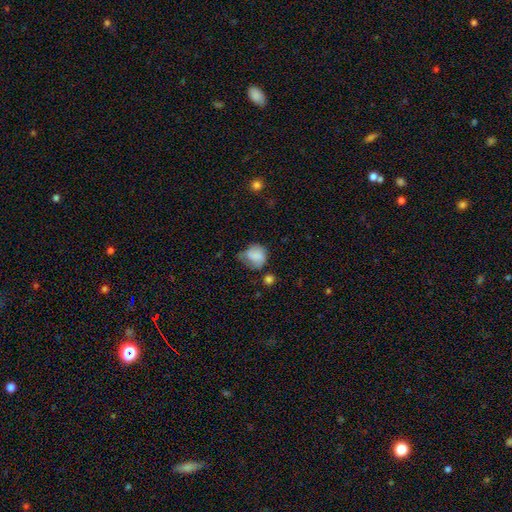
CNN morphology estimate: Smooth or featured? smooth (75%)
How rounded? round (65%)
Merging? minor disturbance (38%)